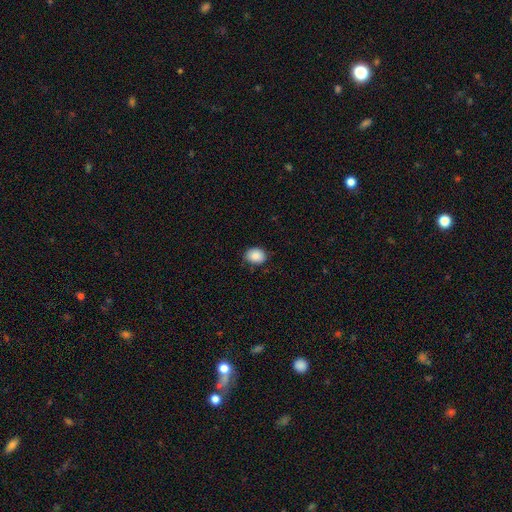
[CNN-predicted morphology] Q: Smooth or featured?
A: smooth (88%); runner-up: star or artifact (8%)
Q: How rounded?
A: in between (52%); runner-up: round (47%)
Q: Merging?
A: none (80%); runner-up: minor disturbance (16%)